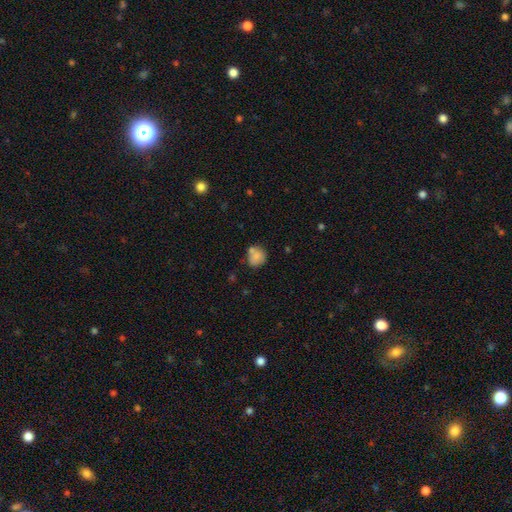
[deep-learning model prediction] A smooth galaxy with no disk features (78%) that is round (78%).

Vote fractions:
- Smooth or featured? smooth: 78% / featured or disk: 13% / star or artifact: 9%
- How rounded? round: 78% / in between: 21% / cigar-shaped: 1%
- Merging? none: 57% / merger: 19% / minor disturbance: 19% / major disturbance: 6%